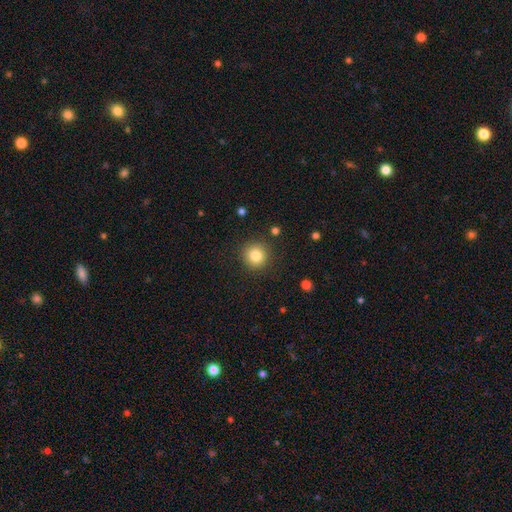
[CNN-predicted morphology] A smooth galaxy with no disk features (83%) that is round (94%). Merging: none (89%).